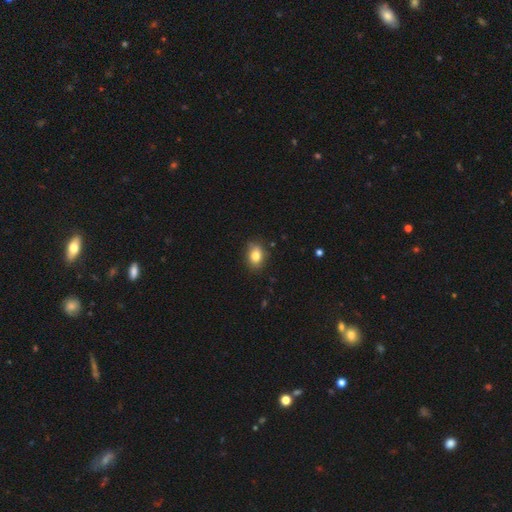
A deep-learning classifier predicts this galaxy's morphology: type=smooth (81%); roundness=in between (68%); merging=none (78%).